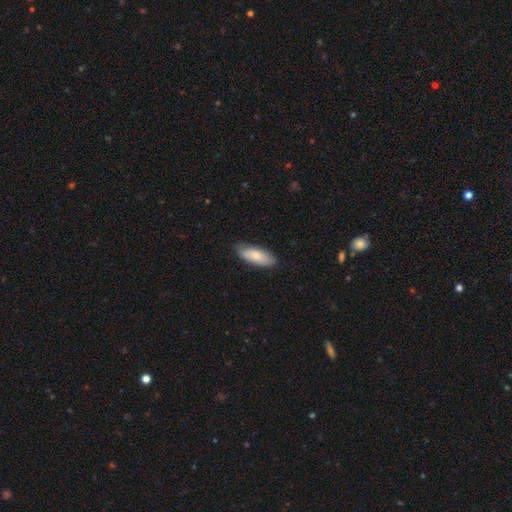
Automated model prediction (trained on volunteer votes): The model was most divided on "how rounded": in between: 77%, cigar-shaped: 21%, round: 2%. More confident: merging — none (77%); smooth or featured — smooth (76%).